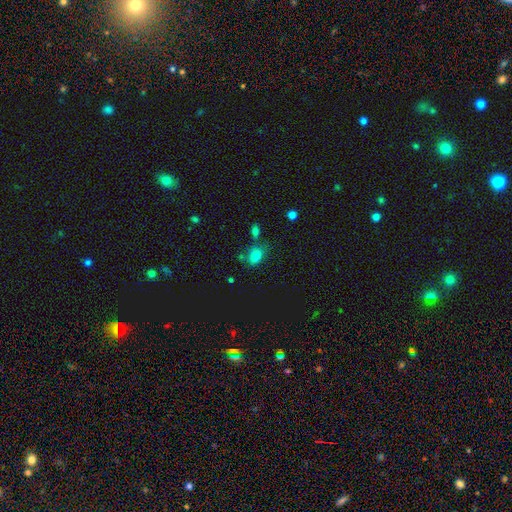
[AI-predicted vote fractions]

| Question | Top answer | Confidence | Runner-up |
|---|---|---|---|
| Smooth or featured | smooth | 77% | star or artifact (15%) |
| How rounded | in between | 77% | round (21%) |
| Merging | none | 63% | minor disturbance (17%) |